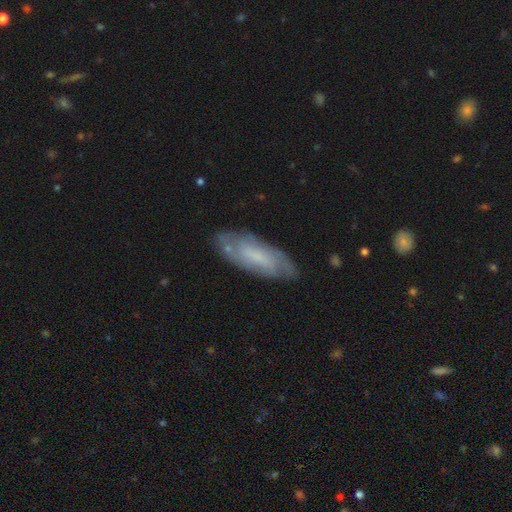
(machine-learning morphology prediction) Smooth or featured? featured or disk (55%)
Edge-on disk? no (80%)
Merging? none (77%)